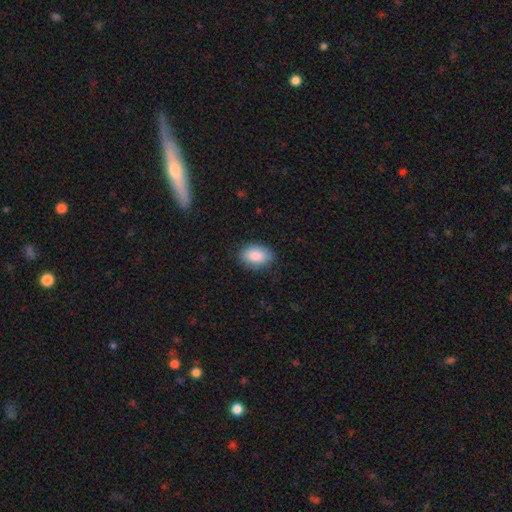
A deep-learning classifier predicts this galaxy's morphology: Overall: smooth (88%). How rounded: in between (86%). Merging: none (83%).